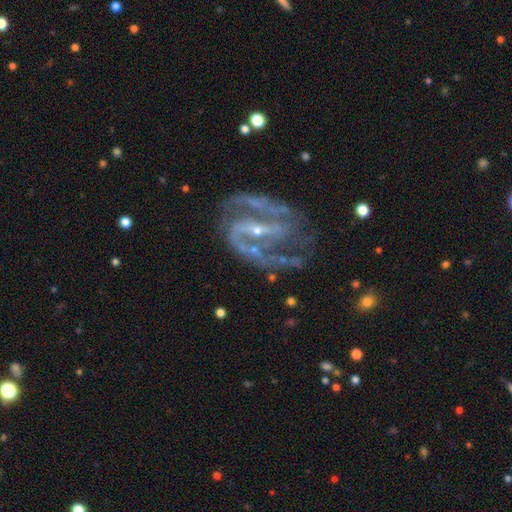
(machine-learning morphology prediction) The model was most divided on "spiral winding": medium: 51%, tight: 30%, loose: 19%. More confident: spiral arms — yes (97%); edge-on disk — no (96%); smooth or featured — featured or disk (89%); bulge size — small (76%); spiral arm count — 2 (74%); merging — none (64%); bar — strong (62%).